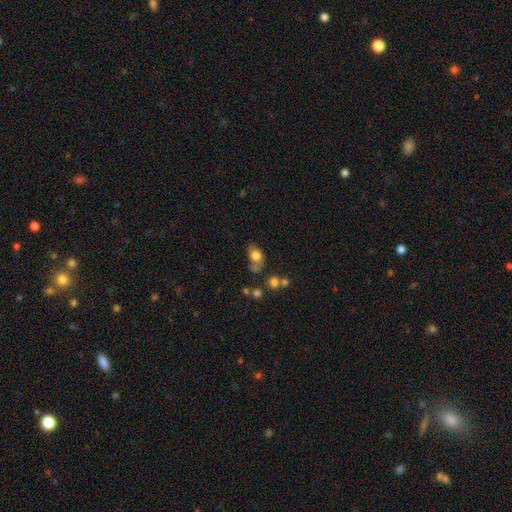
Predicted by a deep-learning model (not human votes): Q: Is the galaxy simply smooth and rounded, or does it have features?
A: smooth — 69%.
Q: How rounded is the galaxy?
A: in between — 77%.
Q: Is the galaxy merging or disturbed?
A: none — 42%.